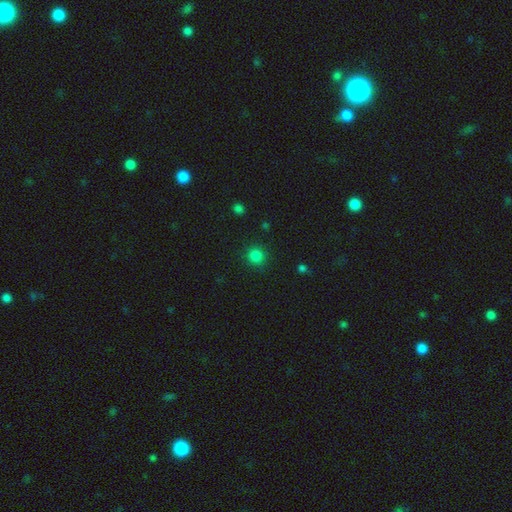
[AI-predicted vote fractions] A smooth galaxy with no disk features (83%) that is round (92%).

Vote fractions:
- Smooth or featured? smooth: 83% / star or artifact: 13% / featured or disk: 3%
- How rounded? round: 92% / in between: 7% / cigar-shaped: 1%
- Merging? none: 88% / minor disturbance: 7% / major disturbance: 3% / merger: 1%